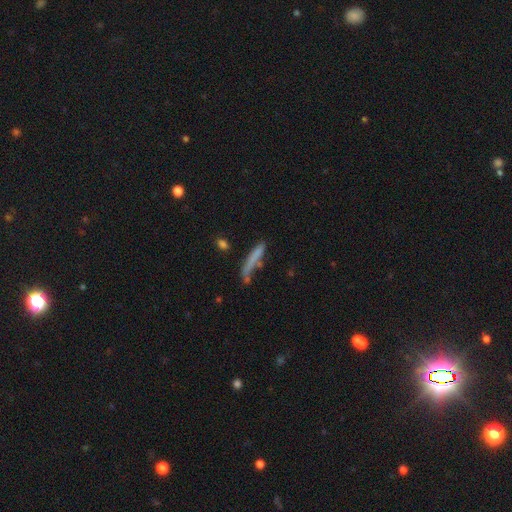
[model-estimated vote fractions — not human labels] smooth-or-featured: smooth: 62% | featured or disk: 26% | star or artifact: 12%
  how-rounded: cigar-shaped: 90% | in between: 8% | round: 2%
  merging: none: 49% | minor disturbance: 24% | major disturbance: 18% | merger: 9%